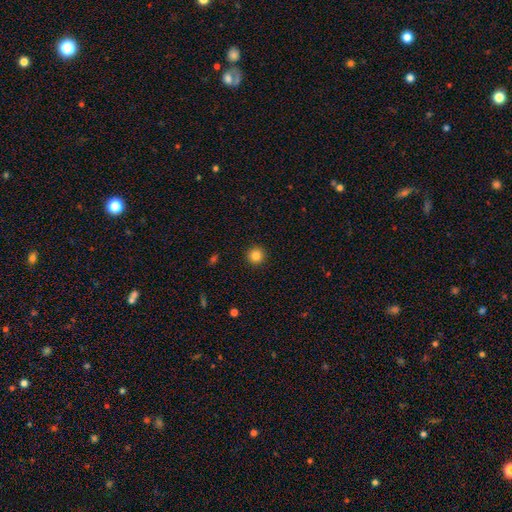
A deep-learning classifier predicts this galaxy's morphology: Smooth or featured: smooth — 84% (star or artifact — 11%)
How rounded: round — 95% (in between — 4%)
Merging: none — 93% (minor disturbance — 5%)